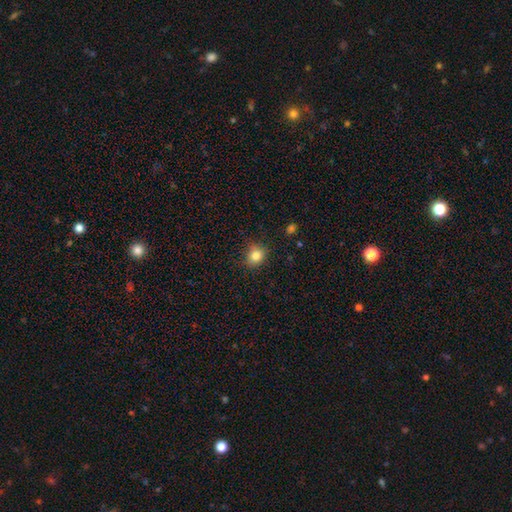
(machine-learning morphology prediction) This is clearly a smooth galaxy (82%). How rounded: likely round (70%). Merging: clearly none (82%).